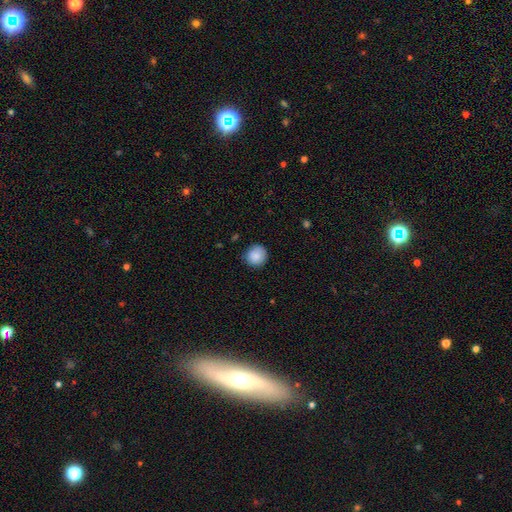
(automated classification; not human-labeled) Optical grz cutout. It shows a smooth galaxy with no disk features (87%) that is round (91%). Merging: none (86%).